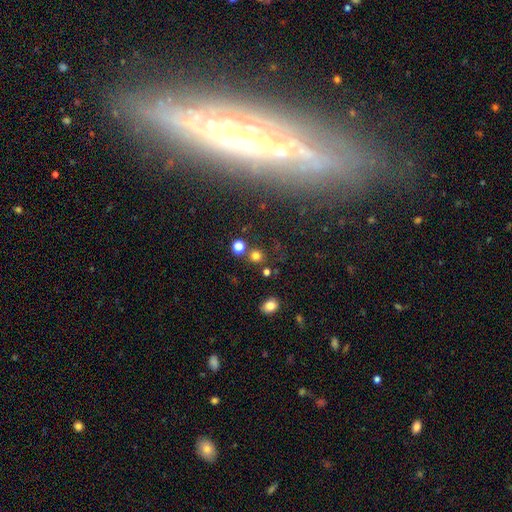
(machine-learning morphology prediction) Smooth or featured? smooth (75%)
How rounded? round (89%)
Merging? none (76%)